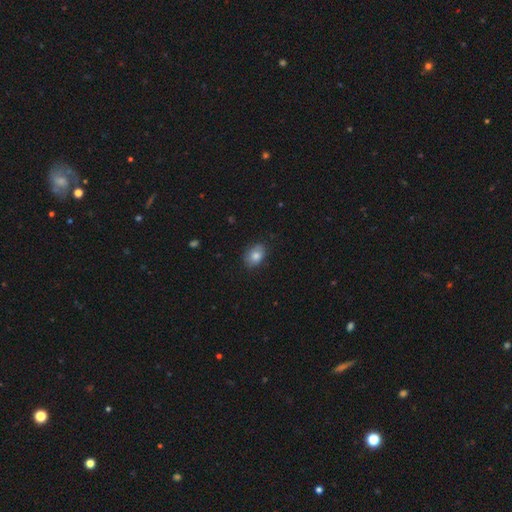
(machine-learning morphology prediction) This is clearly a smooth galaxy (80%). How rounded: likely in between (74%). Merging: likely none (78%).